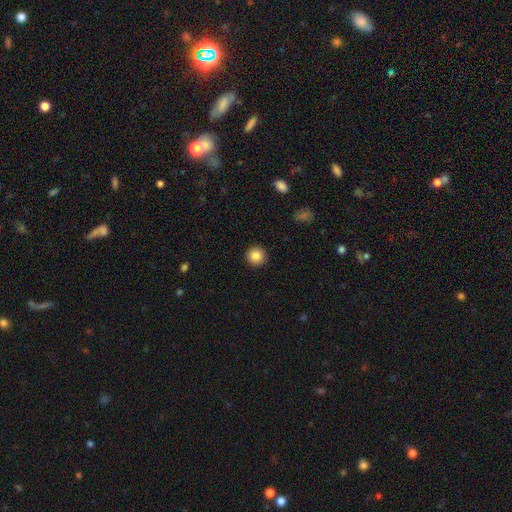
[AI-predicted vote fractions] This is clearly a smooth galaxy (86%). How rounded: clearly round (94%). Merging: clearly none (92%).